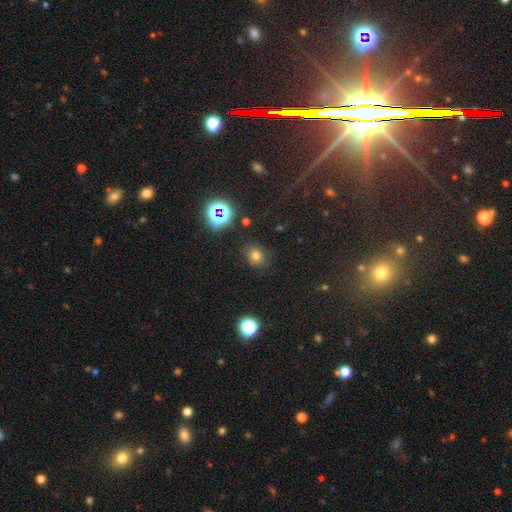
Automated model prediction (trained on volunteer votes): Smooth or featured?
  - smooth: 69% *
  - star or artifact: 23%
  - featured or disk: 8%
How rounded?
  - round: 69% *
  - in between: 30%
  - cigar-shaped: 1%
Merging?
  - none: 81% *
  - minor disturbance: 13%
  - major disturbance: 4%
  - merger: 2%